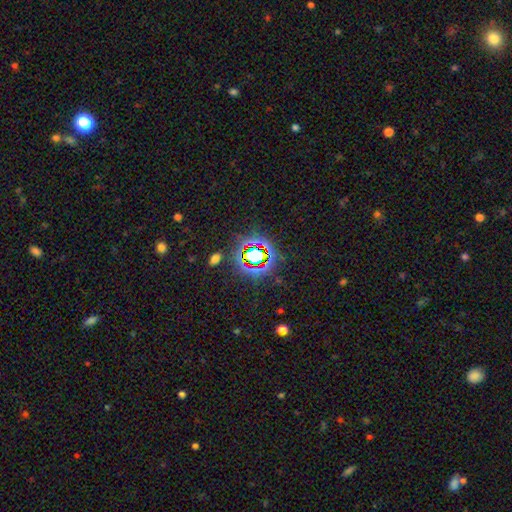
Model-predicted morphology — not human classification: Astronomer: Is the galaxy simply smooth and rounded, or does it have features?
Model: star or artifact — 69%.